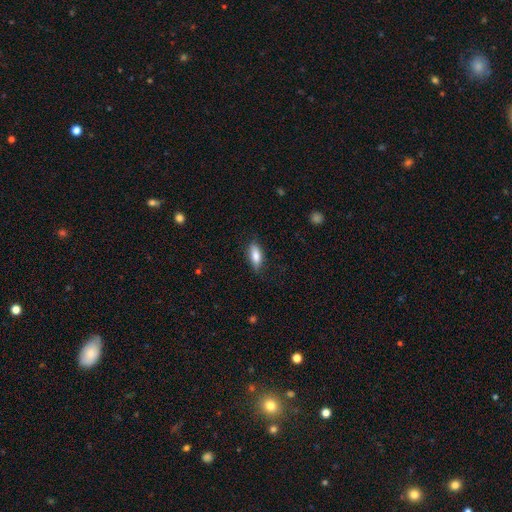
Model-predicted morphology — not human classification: Smooth or featured: smooth — 81% (featured or disk — 12%)
How rounded: in between — 75% (cigar-shaped — 22%)
Merging: none — 79% (minor disturbance — 16%)